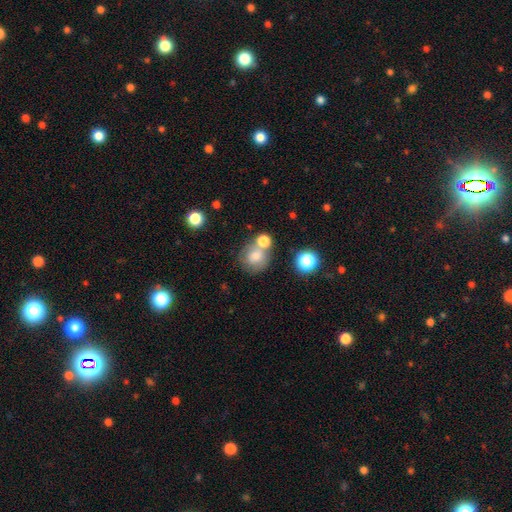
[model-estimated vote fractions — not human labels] smooth-or-featured: smooth: 71% | featured or disk: 17% | star or artifact: 12%
  how-rounded: round: 85% | in between: 14% | cigar-shaped: 1%
  merging: none: 52% | merger: 28% | minor disturbance: 13% | major disturbance: 6%